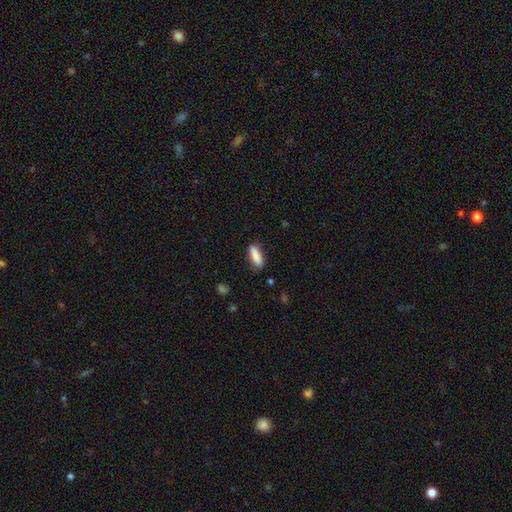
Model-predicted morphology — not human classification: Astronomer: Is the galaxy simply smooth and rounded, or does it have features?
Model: smooth — 88%.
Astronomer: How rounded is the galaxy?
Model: in between — 59% (runner-up: cigar-shaped, 39%).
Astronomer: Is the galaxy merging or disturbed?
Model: none — 82%.